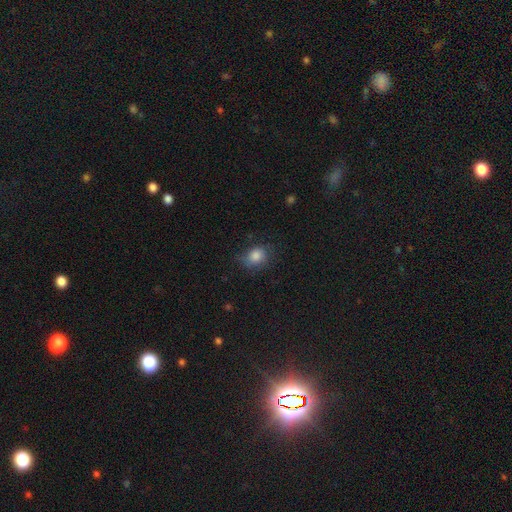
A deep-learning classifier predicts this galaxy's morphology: smooth-or-featured: smooth: 80% | star or artifact: 11% | featured or disk: 9%
  how-rounded: round: 57% | in between: 42% | cigar-shaped: 1%
  merging: none: 67% | minor disturbance: 24% | major disturbance: 8% | merger: 1%